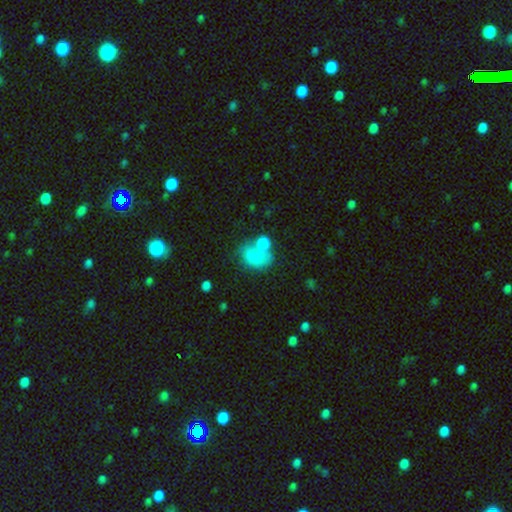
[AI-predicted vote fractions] Overall: smooth (74%). How rounded: in between (69%; round 30%). Merging: none (34%, tied with merger).